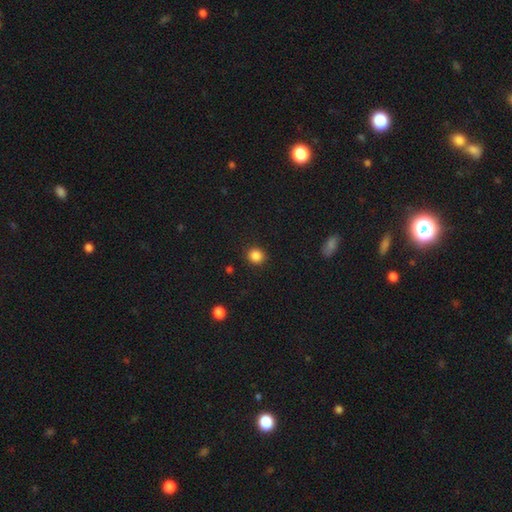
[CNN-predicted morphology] type=smooth (86%); roundness=round (87%); merging=none (91%).